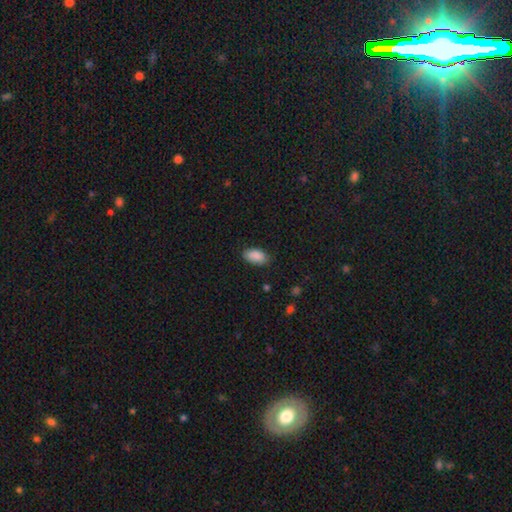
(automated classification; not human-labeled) The model was most divided on "merging": none: 84%, minor disturbance: 13%, major disturbance: 3%, merger: 1%. More confident: how rounded — in between (93%); smooth or featured — smooth (89%).